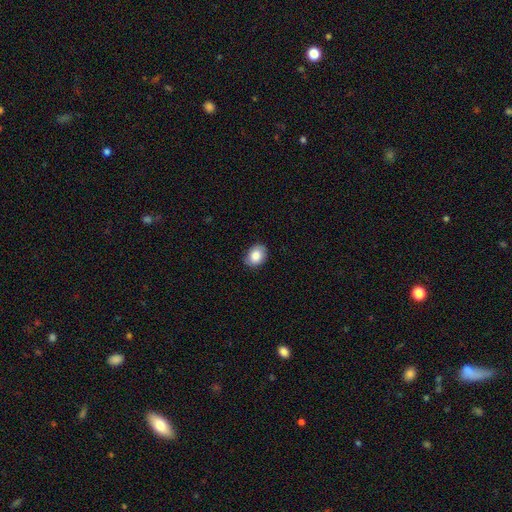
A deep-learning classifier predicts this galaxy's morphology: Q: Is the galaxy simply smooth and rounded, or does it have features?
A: smooth — 85%.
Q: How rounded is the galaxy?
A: in between — 65%.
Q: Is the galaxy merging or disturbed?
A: none — 83%.